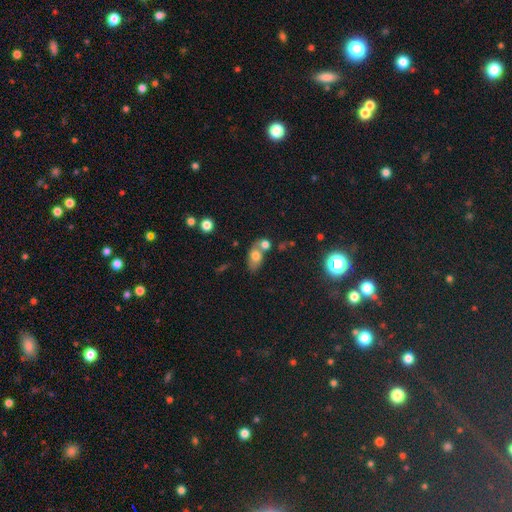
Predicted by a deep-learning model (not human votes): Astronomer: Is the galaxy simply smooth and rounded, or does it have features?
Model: smooth — 72%.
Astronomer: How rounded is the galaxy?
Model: in between — 80%.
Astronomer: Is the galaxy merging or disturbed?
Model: merger — 45% (runner-up: none, 37%).